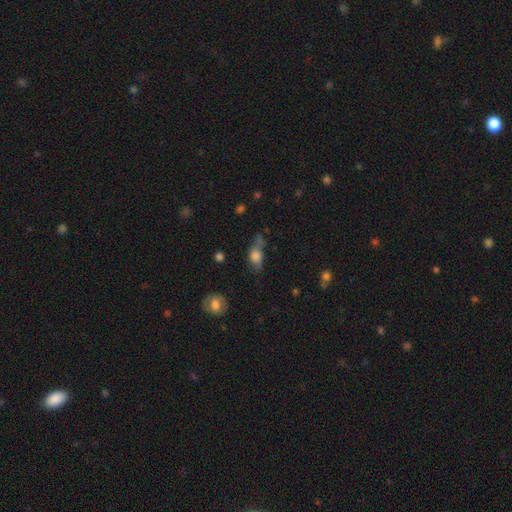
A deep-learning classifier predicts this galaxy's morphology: smooth 74%, featured or disk 16%, star or artifact 11%. Down the decision tree: how rounded — in between (73%); merging — none (39%).